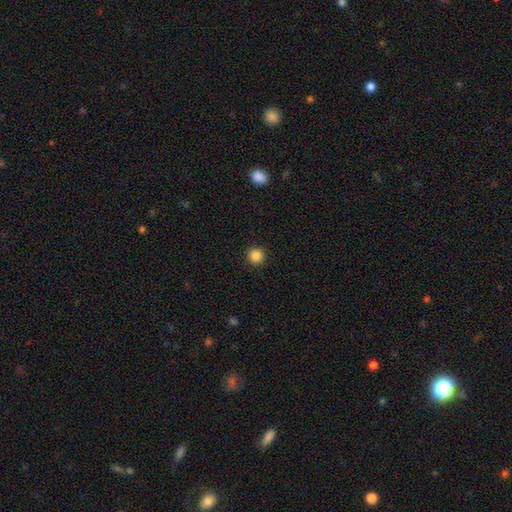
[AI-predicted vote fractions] Overall: smooth (86%). How rounded: round (96%). Merging: none (93%).